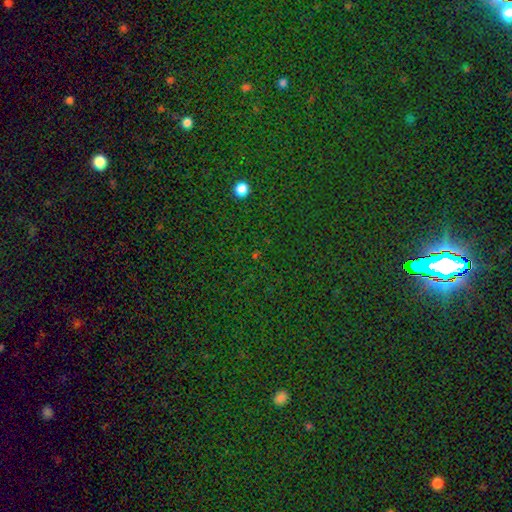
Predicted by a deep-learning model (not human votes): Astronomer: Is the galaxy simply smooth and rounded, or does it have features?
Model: star or artifact — 70%.